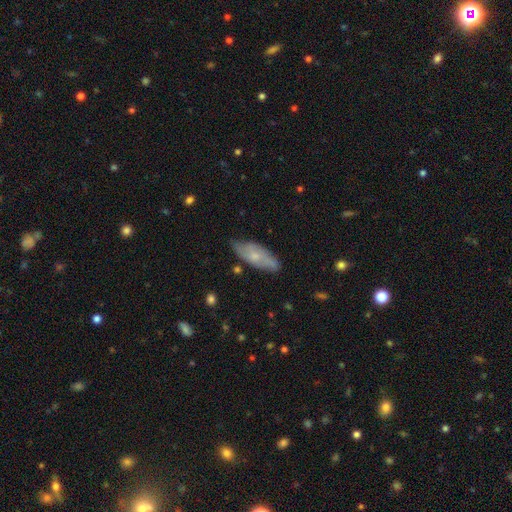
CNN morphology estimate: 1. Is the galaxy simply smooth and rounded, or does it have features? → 52% smooth, 41% featured or disk, 6% star or artifact.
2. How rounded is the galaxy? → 73% in between, 25% cigar-shaped, 2% round.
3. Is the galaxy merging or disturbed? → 72% none, 22% minor disturbance, 4% major disturbance, 2% merger.